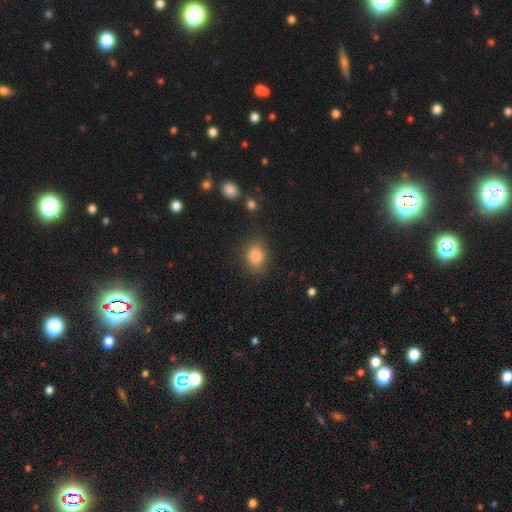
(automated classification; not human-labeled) Morphology: type=smooth (84%); roundness=in between (56%); merging=none (79%).